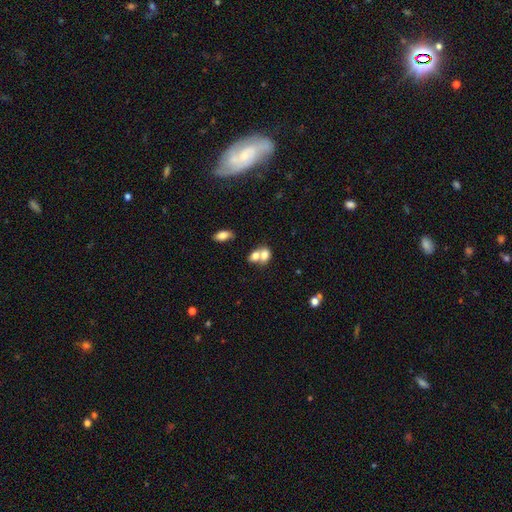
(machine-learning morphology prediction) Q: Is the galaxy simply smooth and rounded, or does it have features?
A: smooth — 73%.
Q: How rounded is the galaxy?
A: in between — 69%.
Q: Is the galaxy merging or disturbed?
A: merger — 66%.